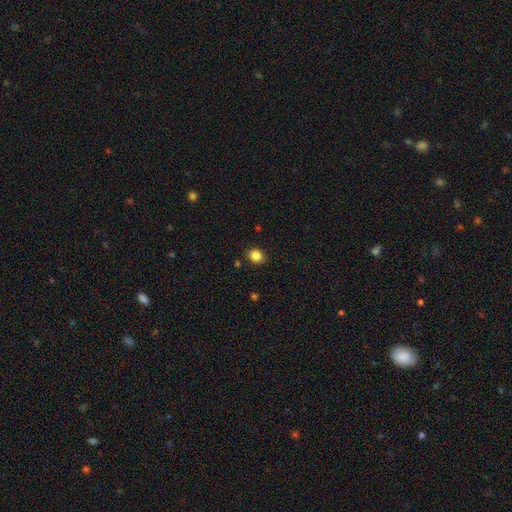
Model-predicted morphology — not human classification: Q: Smooth or featured?
A: smooth (84%); runner-up: star or artifact (11%)
Q: How rounded?
A: round (68%); runner-up: in between (31%)
Q: Merging?
A: none (88%); runner-up: minor disturbance (8%)